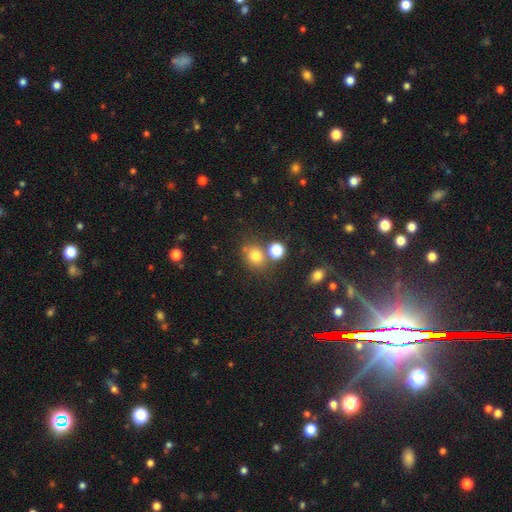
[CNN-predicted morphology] type=smooth (75%); roundness=round (71%); merging=none (64%).